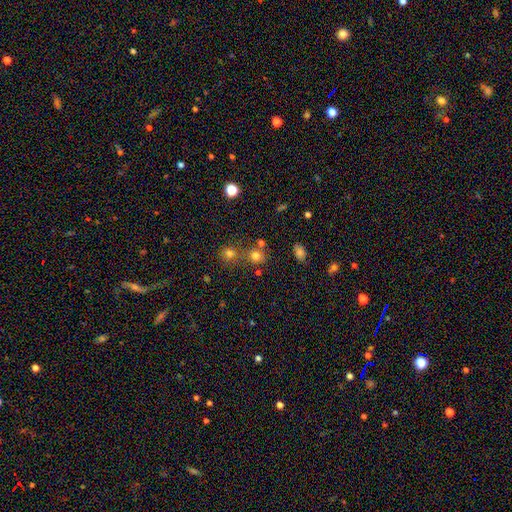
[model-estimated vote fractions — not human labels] The model was most divided on "merging": none: 62%, merger: 24%, minor disturbance: 9%, major disturbance: 4%. More confident: how rounded — round (84%); smooth or featured — smooth (74%).